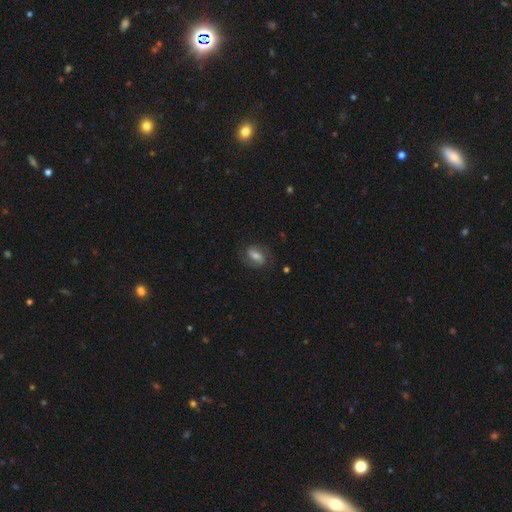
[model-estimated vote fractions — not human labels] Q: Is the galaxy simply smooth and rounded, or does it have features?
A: featured or disk — 56%.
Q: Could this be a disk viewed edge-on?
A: no — 95%.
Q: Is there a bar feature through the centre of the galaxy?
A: weak — 39%.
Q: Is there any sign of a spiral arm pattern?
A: yes — 86%.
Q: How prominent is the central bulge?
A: moderate — 54%.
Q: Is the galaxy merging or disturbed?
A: none — 76%.